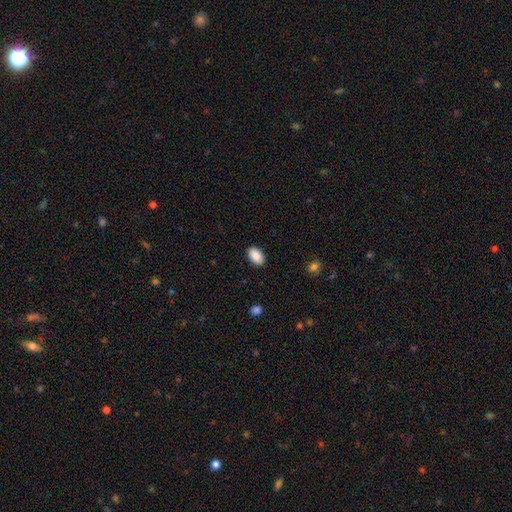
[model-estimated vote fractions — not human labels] Overall: smooth (90%). How rounded: in between (93%). Merging: none (89%).